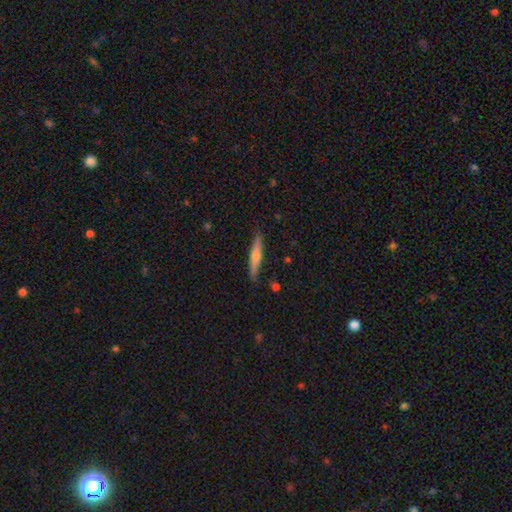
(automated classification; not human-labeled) featured or disk 50%, smooth 44%, star or artifact 6%. Down the decision tree: edge-on disk — yes (95%); merging — none (86%).